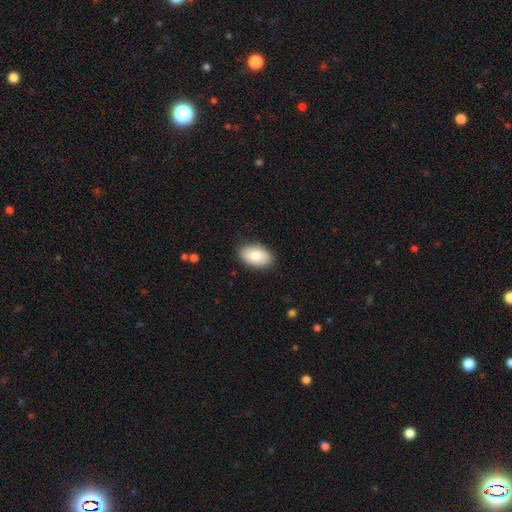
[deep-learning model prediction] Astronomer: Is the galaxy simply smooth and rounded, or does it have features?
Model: smooth — 81%.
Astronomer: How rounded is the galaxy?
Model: in between — 93%.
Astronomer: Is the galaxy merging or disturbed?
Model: none — 87%.